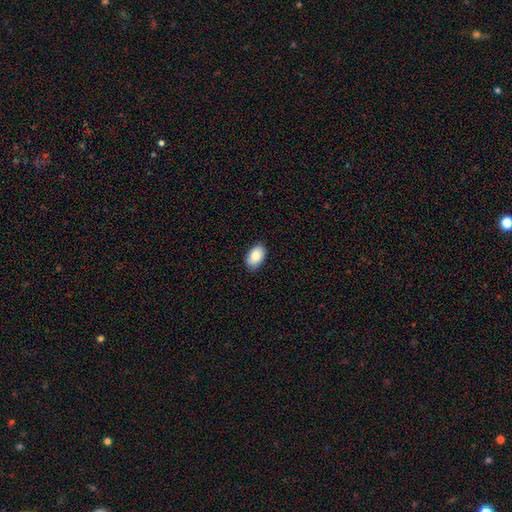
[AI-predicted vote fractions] smooth_or_featured: smooth (p=0.86) [alt: featured or disk p=0.07]
how_rounded: in between (p=0.91) [alt: round p=0.08]
merging: none (p=0.86) [alt: minor disturbance p=0.11]